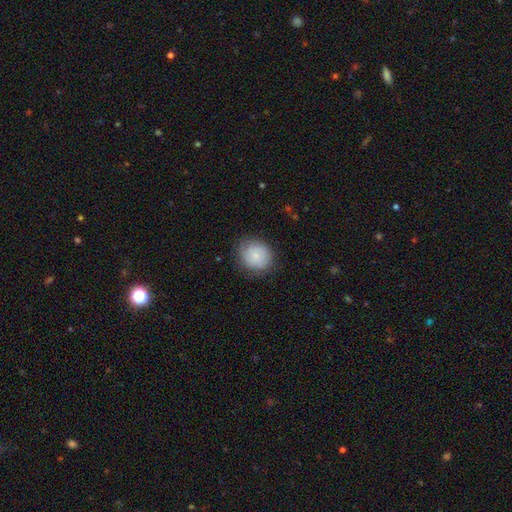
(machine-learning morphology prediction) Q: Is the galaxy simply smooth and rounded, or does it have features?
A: smooth — 78%.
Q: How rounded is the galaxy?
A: round — 80%.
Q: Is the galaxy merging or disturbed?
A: none — 78%.